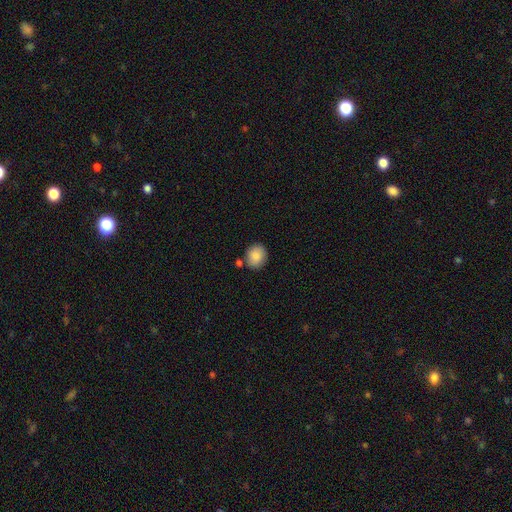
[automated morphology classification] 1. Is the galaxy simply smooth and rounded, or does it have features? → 87% smooth, 7% star or artifact, 5% featured or disk.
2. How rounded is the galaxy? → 69% round, 30% in between, 1% cigar-shaped.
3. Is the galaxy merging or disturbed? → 77% none, 12% minor disturbance, 8% merger, 3% major disturbance.